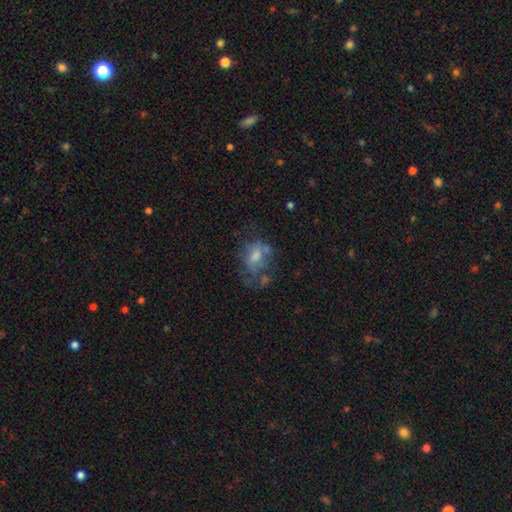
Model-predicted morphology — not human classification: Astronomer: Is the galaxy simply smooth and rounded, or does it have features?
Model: smooth — 47% (runner-up: featured or disk, 41%).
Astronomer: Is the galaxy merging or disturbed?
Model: none — 36% (runner-up: major disturbance, 32%).